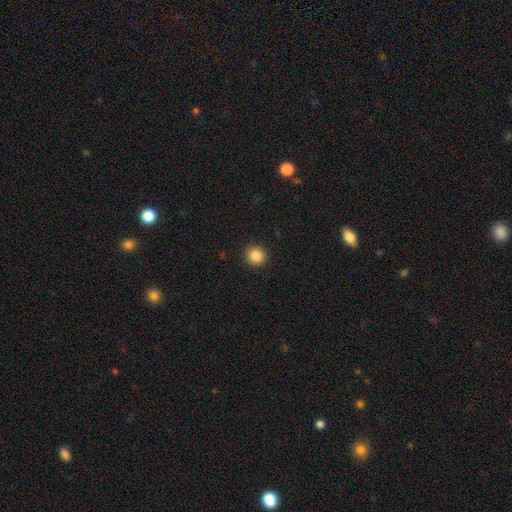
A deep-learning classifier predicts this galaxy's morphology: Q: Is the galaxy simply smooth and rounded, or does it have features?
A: smooth — 86%.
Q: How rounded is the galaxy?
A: round — 92%.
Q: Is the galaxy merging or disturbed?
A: none — 92%.